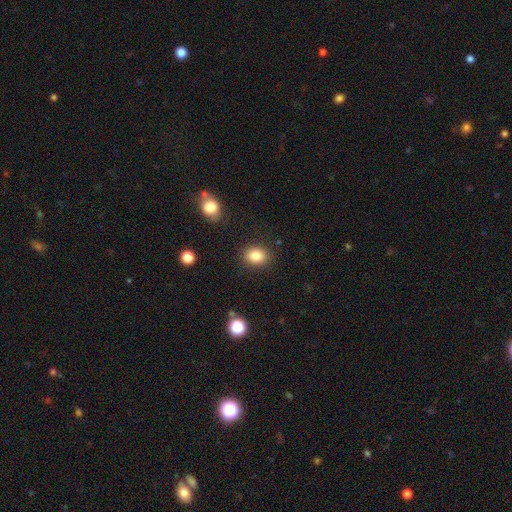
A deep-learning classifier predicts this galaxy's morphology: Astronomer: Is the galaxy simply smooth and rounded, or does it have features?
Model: smooth — 85%.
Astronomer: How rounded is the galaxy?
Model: in between — 54% (runner-up: round, 45%).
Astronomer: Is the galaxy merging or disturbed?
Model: none — 87%.